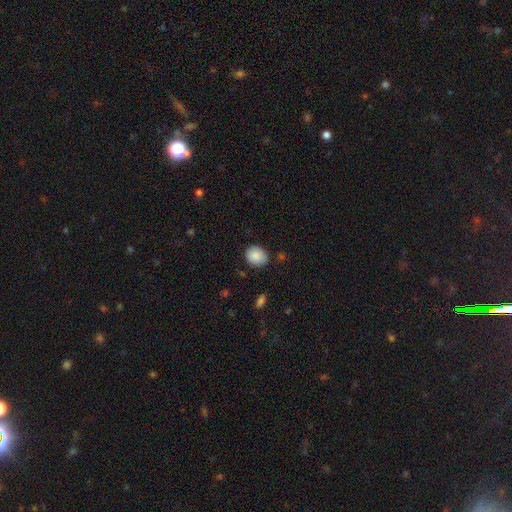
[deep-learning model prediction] This appears to be a smooth galaxy with no disk features (88%) that is round (62%). Merging: none (83%).